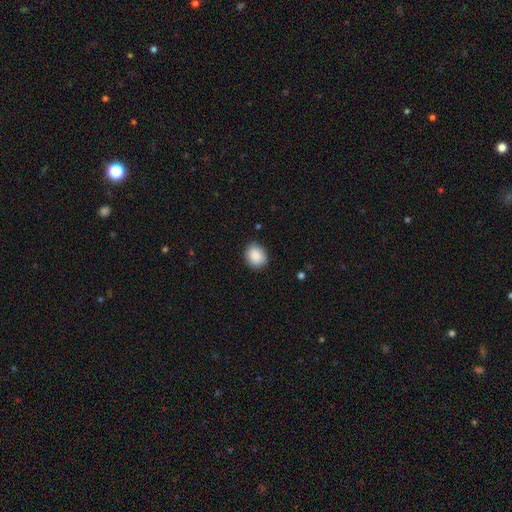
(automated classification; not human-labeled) Smooth or featured? Predicted: smooth (p=0.89). How rounded? Predicted: round (p=0.60). Merging? Predicted: none (p=0.86).